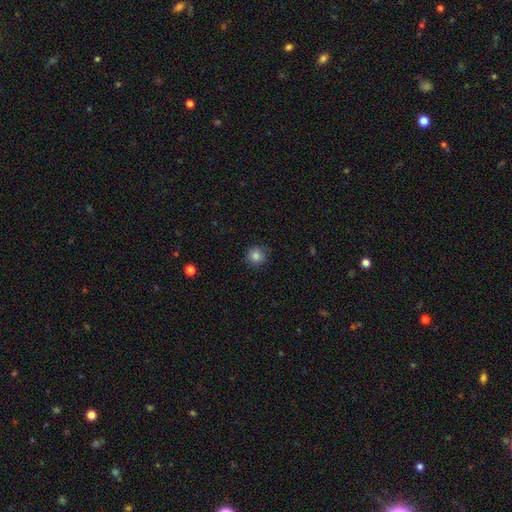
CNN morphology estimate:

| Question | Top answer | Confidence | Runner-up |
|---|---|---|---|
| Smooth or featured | smooth | 84% | star or artifact (11%) |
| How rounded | round | 93% | in between (6%) |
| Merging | none | 86% | minor disturbance (11%) |